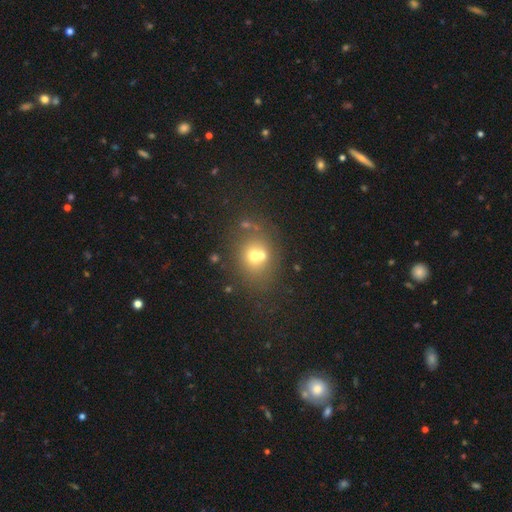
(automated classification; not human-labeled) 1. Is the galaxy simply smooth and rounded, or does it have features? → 60% smooth, 23% featured or disk, 17% star or artifact.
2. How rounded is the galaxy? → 67% round, 32% in between, 1% cigar-shaped.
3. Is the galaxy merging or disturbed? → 45% none, 40% merger, 10% minor disturbance, 5% major disturbance.